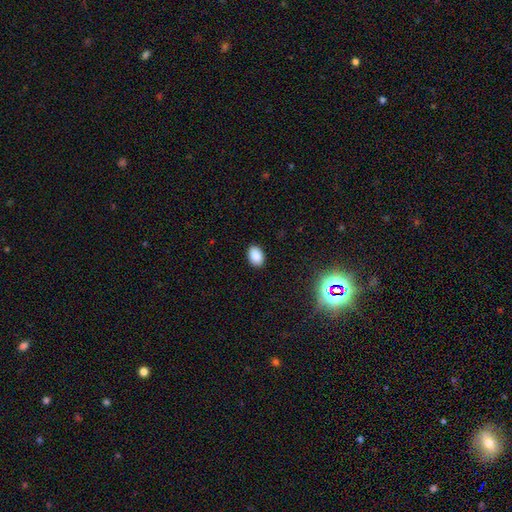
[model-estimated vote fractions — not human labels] Smooth or featured: smooth — 87% (star or artifact — 10%)
How rounded: in between — 85% (round — 14%)
Merging: none — 89% (minor disturbance — 8%)